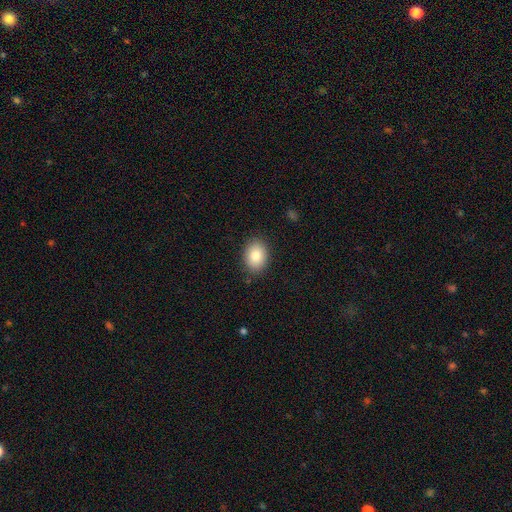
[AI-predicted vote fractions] Smooth or featured? Predicted: smooth (p=0.84). How rounded? Predicted: in between (p=0.67). Merging? Predicted: none (p=0.87).